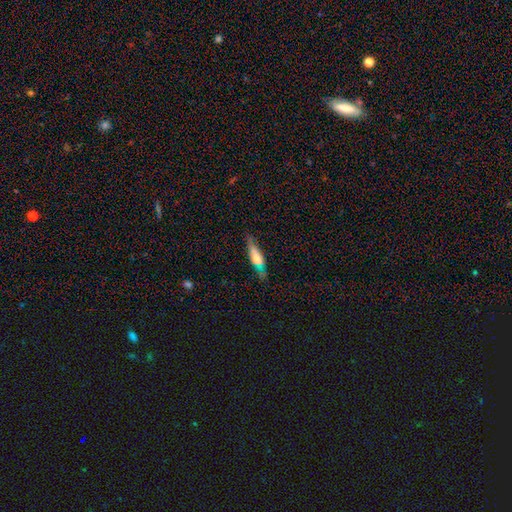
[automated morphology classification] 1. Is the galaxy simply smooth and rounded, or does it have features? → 51% featured or disk, 42% smooth, 8% star or artifact.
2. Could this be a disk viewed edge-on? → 86% yes, 14% no.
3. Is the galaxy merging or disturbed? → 71% none, 21% minor disturbance, 6% major disturbance, 2% merger.